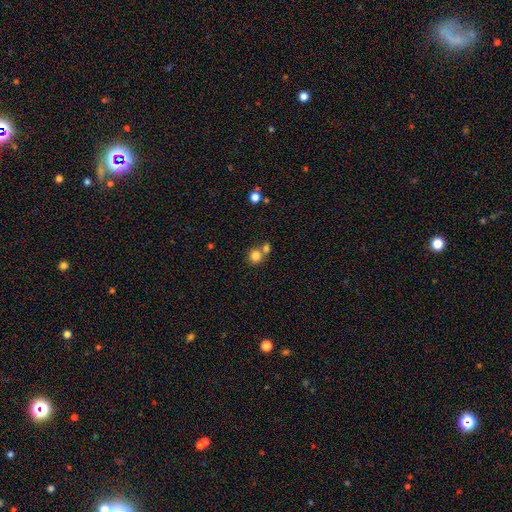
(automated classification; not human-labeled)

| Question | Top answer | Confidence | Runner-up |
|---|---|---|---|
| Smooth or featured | smooth | 82% | star or artifact (11%) |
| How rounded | round | 88% | in between (11%) |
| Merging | none | 50% | merger (41%) |